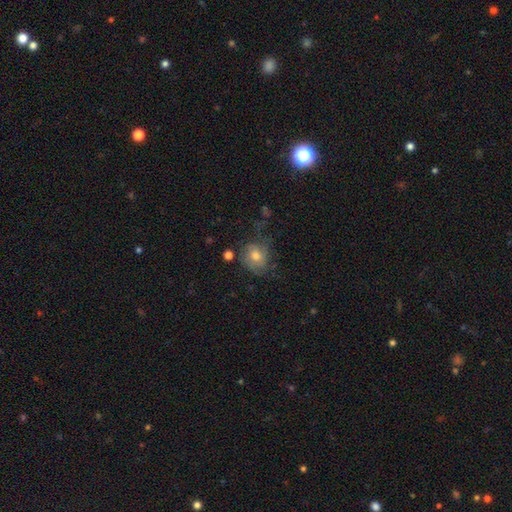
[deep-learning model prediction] Overall: smooth (49%; featured or disk 39%). Merging: none (52%; minor disturbance 25%).